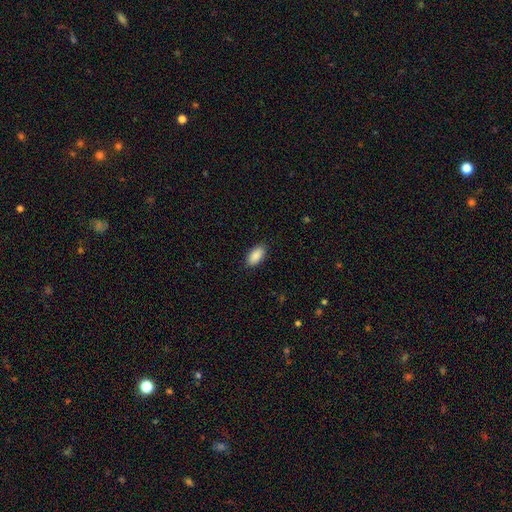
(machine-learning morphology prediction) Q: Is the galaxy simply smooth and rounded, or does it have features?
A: smooth — 90%.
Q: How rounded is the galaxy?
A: in between — 94%.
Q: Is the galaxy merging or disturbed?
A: none — 89%.